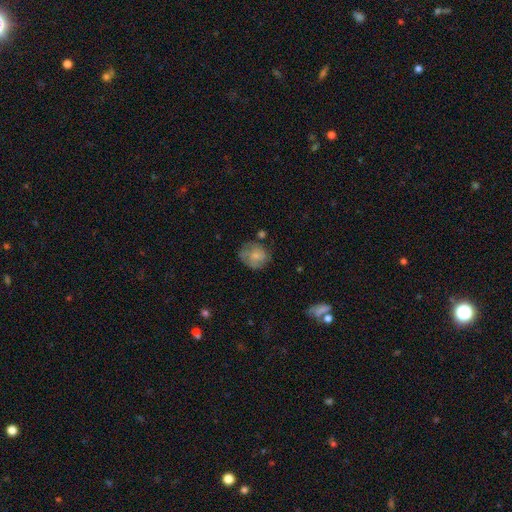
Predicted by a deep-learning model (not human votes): A smooth galaxy with no disk features (60%) that is round (70%).

Vote fractions:
- Smooth or featured? smooth: 60% / featured or disk: 32% / star or artifact: 8%
- How rounded? round: 70% / in between: 29% / cigar-shaped: 1%
- Merging? none: 57% / minor disturbance: 27% / major disturbance: 13% / merger: 4%